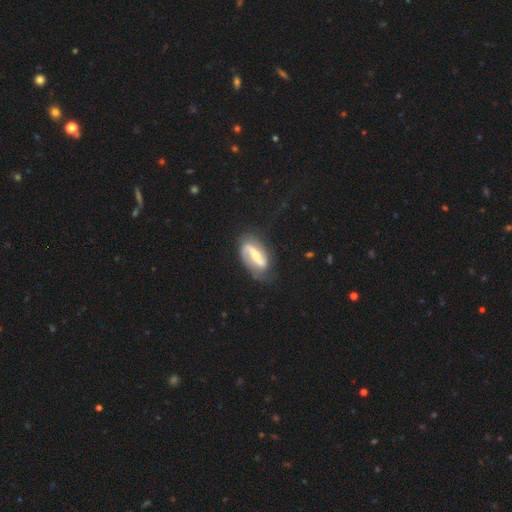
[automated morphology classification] featured or disk 85%, smooth 11%, star or artifact 4%. Down the decision tree: edge-on disk — no (95%); bar — strong (52%); spiral arms — yes (94%); spiral arm count — 2 (79%); spiral winding — loose (45%); bulge size — moderate (53%); merging — none (72%).